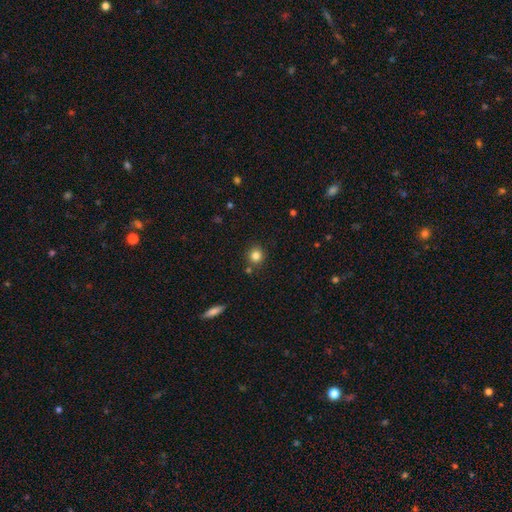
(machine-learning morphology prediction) smooth_or_featured: smooth (p=0.83) [alt: star or artifact p=0.11]
how_rounded: round (p=0.90) [alt: in between p=0.09]
merging: none (p=0.83) [alt: minor disturbance p=0.08]